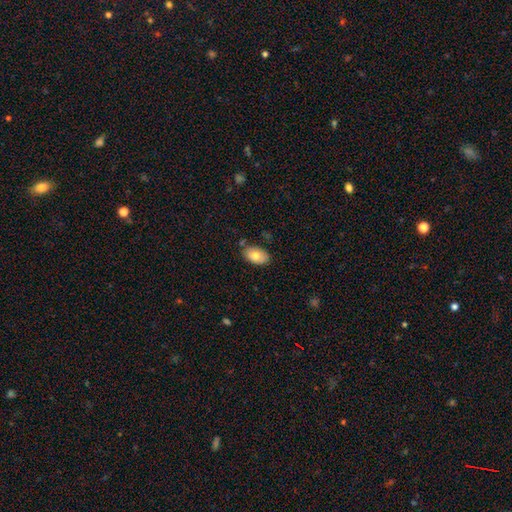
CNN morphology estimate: Overall: smooth (76%). How rounded: in between (91%). Merging: none (79%).